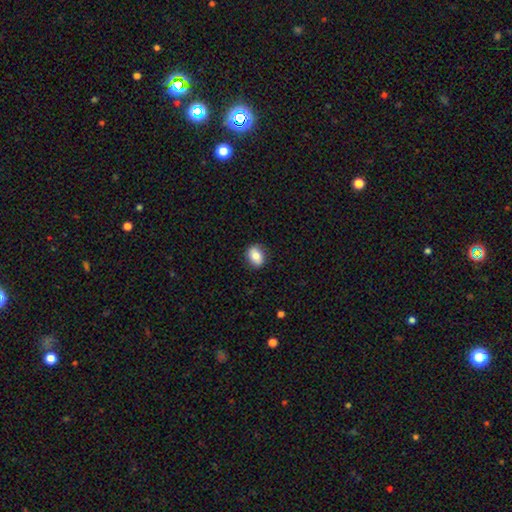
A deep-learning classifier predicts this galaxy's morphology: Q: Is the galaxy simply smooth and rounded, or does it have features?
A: smooth — 79%.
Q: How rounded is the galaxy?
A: in between — 61%.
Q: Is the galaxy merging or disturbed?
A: none — 86%.